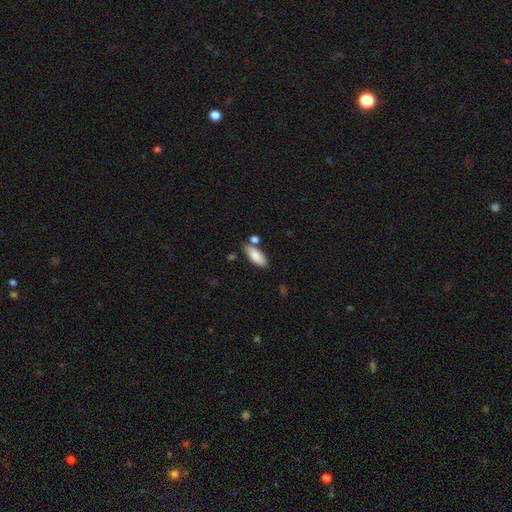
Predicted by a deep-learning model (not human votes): Smooth or featured? Predicted: smooth (p=0.83). How rounded? Predicted: in between (p=0.76). Merging? Predicted: none (p=0.71).